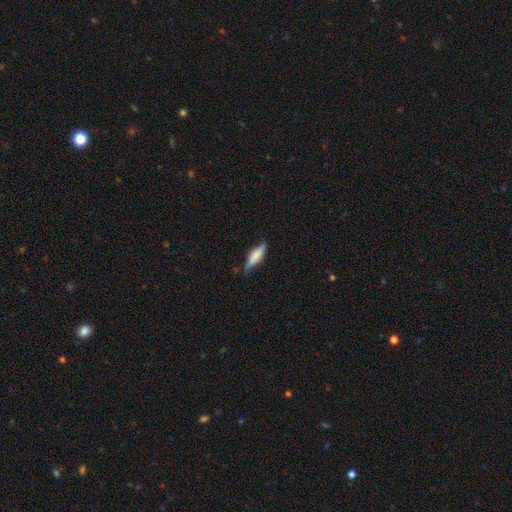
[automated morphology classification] This is likely a smooth galaxy (63%). How rounded: likely cigar-shaped (65%). Merging: likely none (70%).